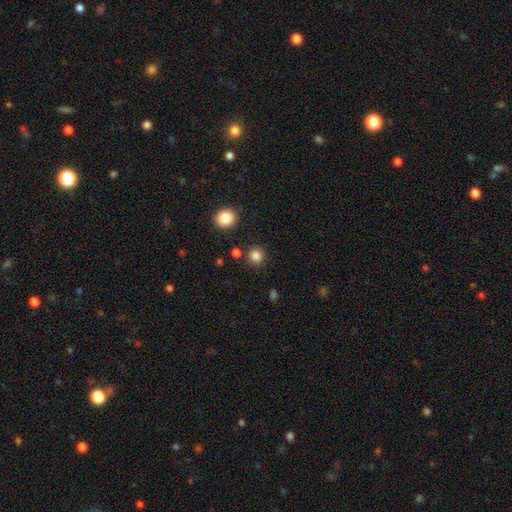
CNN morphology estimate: A smooth galaxy with no disk features (84%) that is round (90%).

Vote fractions:
- Smooth or featured? smooth: 84% / star or artifact: 12% / featured or disk: 3%
- How rounded? round: 90% / in between: 9% / cigar-shaped: 1%
- Merging? none: 85% / minor disturbance: 7% / merger: 5% / major disturbance: 3%